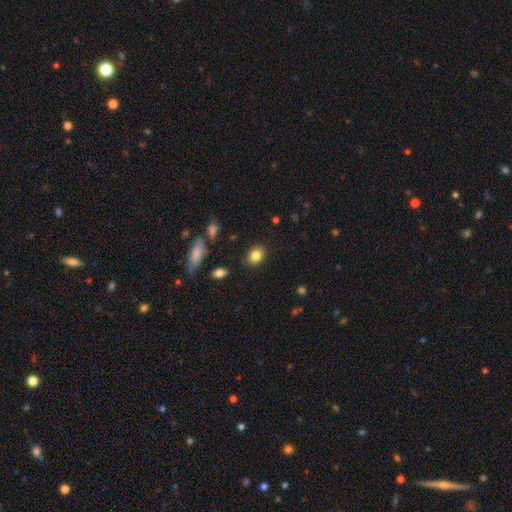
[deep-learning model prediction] smooth 84%, star or artifact 9%, featured or disk 7%. Down the decision tree: how rounded — in between (64%); merging — none (86%).